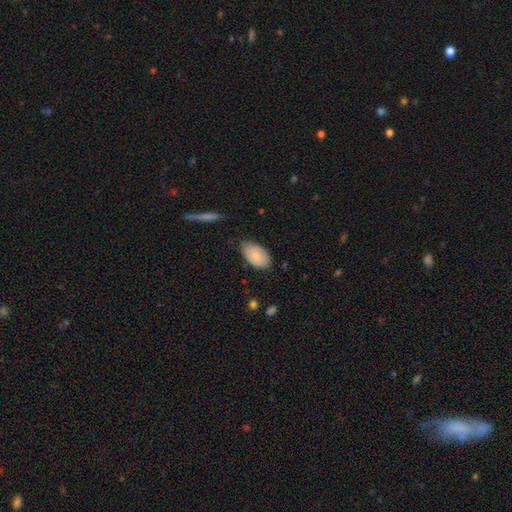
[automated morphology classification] smooth_or_featured: smooth (p=0.80) [alt: featured or disk p=0.14]
how_rounded: in between (p=0.94) [alt: round p=0.05]
merging: none (p=0.75) [alt: minor disturbance p=0.20]